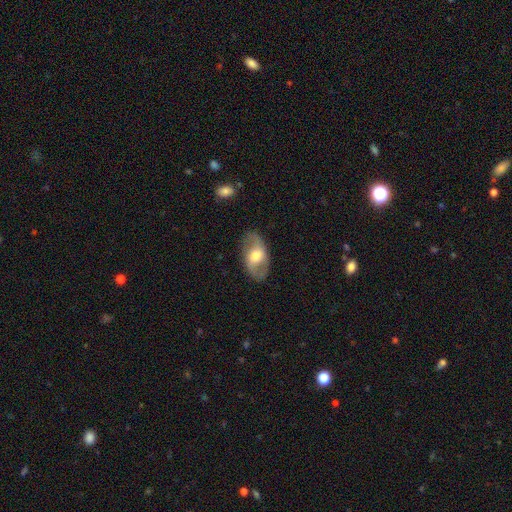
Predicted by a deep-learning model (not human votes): Smooth or featured: featured or disk — 66% (smooth — 29%)
Edge-on disk: no — 92% (yes — 8%)
Bar: no — 47% (weak — 38%)
Spiral arms: yes — 74% (no — 26%)
Bulge size: moderate — 66% (small — 16%)
Merging: none — 82% (minor disturbance — 12%)